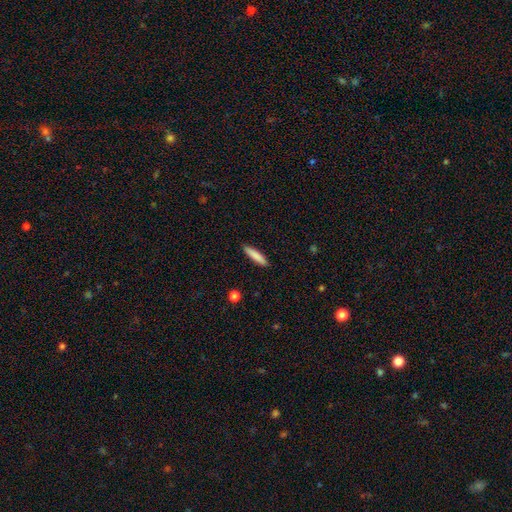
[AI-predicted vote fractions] Smooth or featured? smooth (86%)
How rounded? cigar-shaped (83%)
Merging? none (90%)